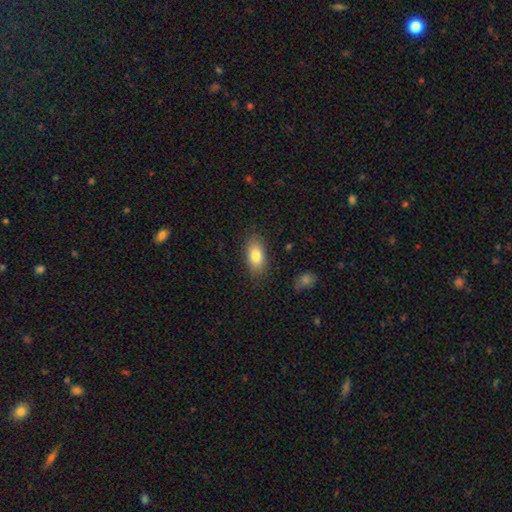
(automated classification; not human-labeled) Q: Smooth or featured?
A: smooth (82%); runner-up: featured or disk (11%)
Q: How rounded?
A: in between (91%); runner-up: round (5%)
Q: Merging?
A: none (84%); runner-up: minor disturbance (12%)